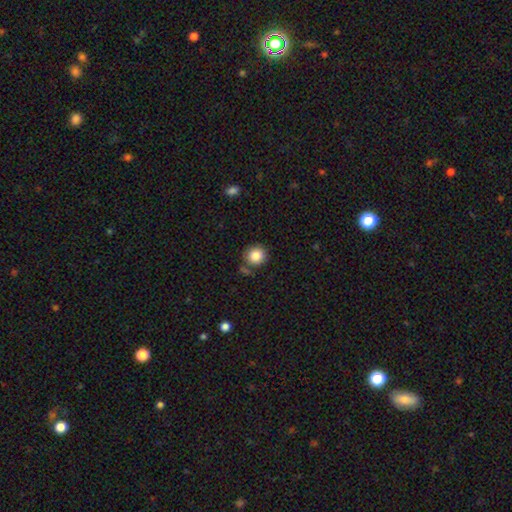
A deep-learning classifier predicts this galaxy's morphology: A smooth galaxy with no disk features (85%) that is round (88%).

Vote fractions:
- Smooth or featured? smooth: 85% / star or artifact: 9% / featured or disk: 6%
- How rounded? round: 88% / in between: 11% / cigar-shaped: 1%
- Merging? none: 80% / minor disturbance: 11% / merger: 6% / major disturbance: 3%